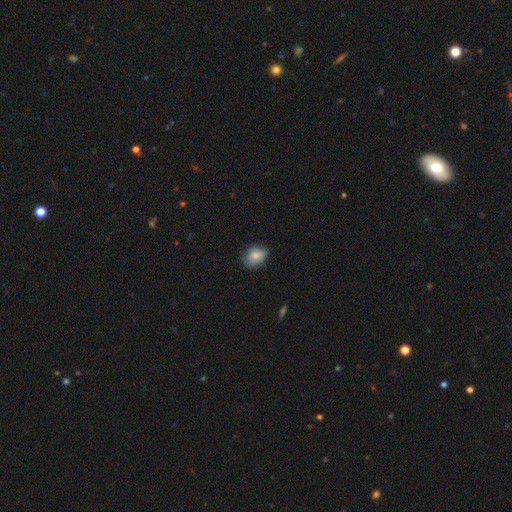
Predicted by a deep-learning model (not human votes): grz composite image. It shows a smooth galaxy with no disk features (83%) that is in between round and cigar-shaped (67%). Merging: none (79%).